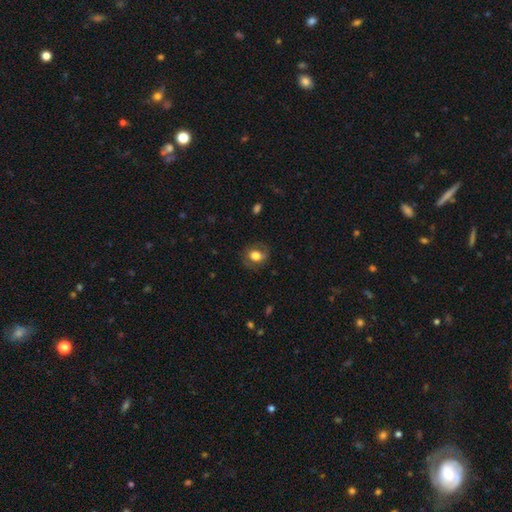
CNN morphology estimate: Smooth or featured? smooth (67%)
How rounded? in between (54%)
Merging? none (74%)